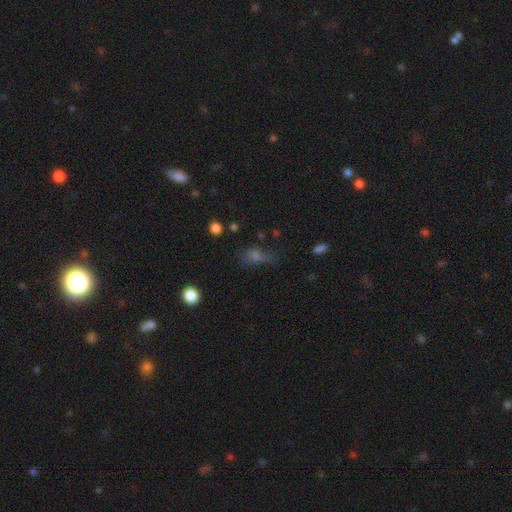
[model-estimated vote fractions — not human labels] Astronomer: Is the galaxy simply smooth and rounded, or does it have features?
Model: smooth — 55%.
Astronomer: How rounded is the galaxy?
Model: in between — 62%.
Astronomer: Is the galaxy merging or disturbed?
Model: none — 47% (runner-up: minor disturbance, 25%).